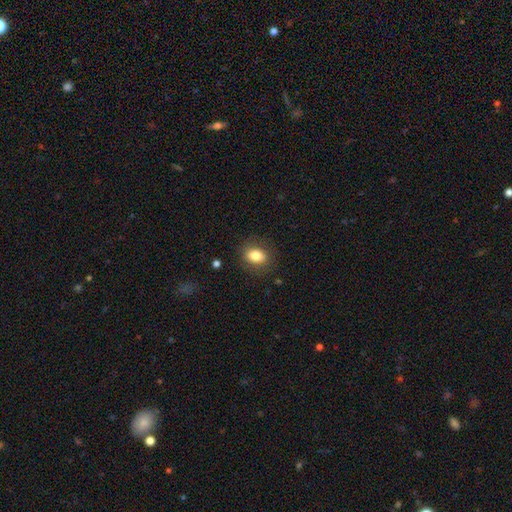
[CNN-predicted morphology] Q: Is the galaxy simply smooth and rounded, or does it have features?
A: smooth — 82%.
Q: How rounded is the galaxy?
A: in between — 61%.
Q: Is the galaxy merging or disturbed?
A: none — 84%.